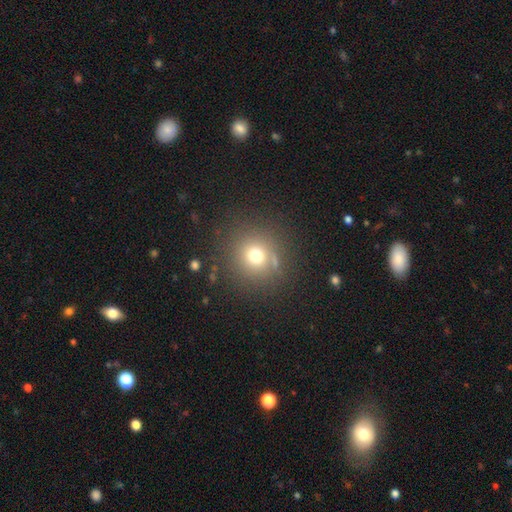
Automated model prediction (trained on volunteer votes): Smooth or featured? smooth (70%)
How rounded? round (91%)
Merging? none (82%)